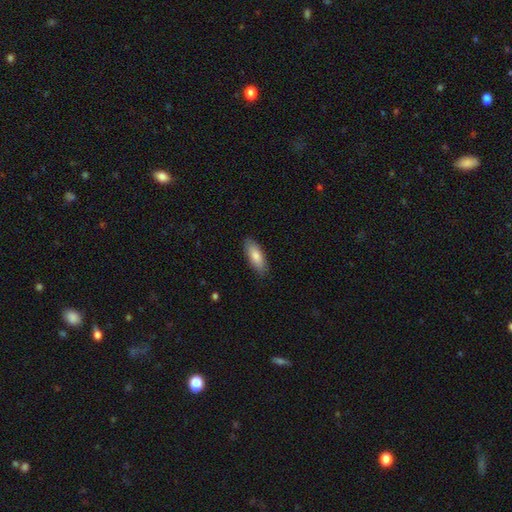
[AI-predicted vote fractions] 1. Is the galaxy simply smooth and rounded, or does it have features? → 81% smooth, 14% featured or disk, 6% star or artifact.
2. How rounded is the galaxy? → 74% in between, 24% cigar-shaped, 2% round.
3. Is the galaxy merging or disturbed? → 84% none, 12% minor disturbance, 2% major disturbance, 1% merger.